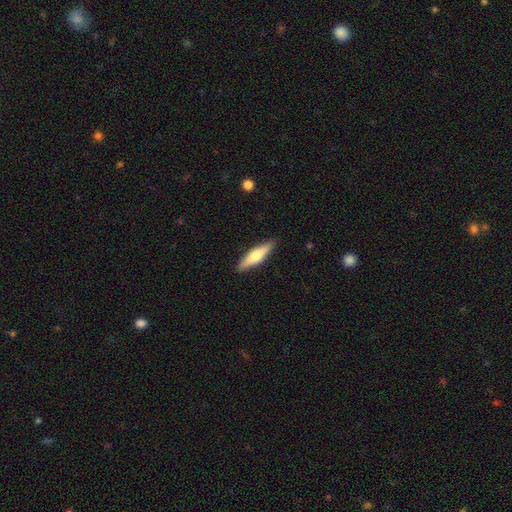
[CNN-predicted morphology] Overall: smooth (51%; featured or disk 44%). How rounded: cigar-shaped (76%). Merging: none (90%).